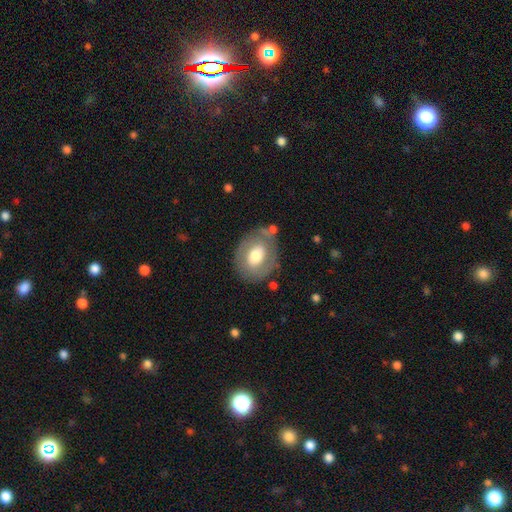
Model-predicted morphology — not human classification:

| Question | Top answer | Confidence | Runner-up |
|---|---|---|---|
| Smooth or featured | smooth | 52% | featured or disk (41%) |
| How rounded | in between | 61% | round (38%) |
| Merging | none | 71% | minor disturbance (17%) |